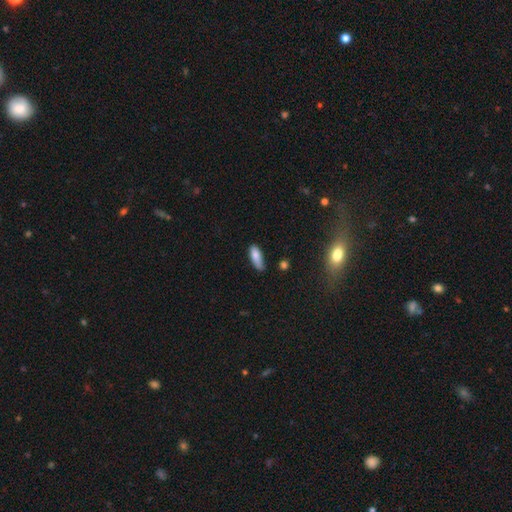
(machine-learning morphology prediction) smooth_or_featured: smooth (p=0.81) [alt: featured or disk p=0.11]
how_rounded: in between (p=0.69) [alt: cigar-shaped p=0.29]
merging: none (p=0.52) [alt: minor disturbance p=0.36]